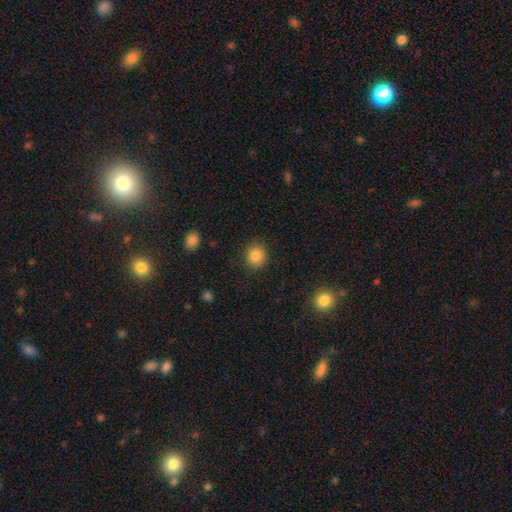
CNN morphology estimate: Smooth or featured? Predicted: smooth (p=0.86). How rounded? Predicted: round (p=0.86). Merging? Predicted: none (p=0.89).